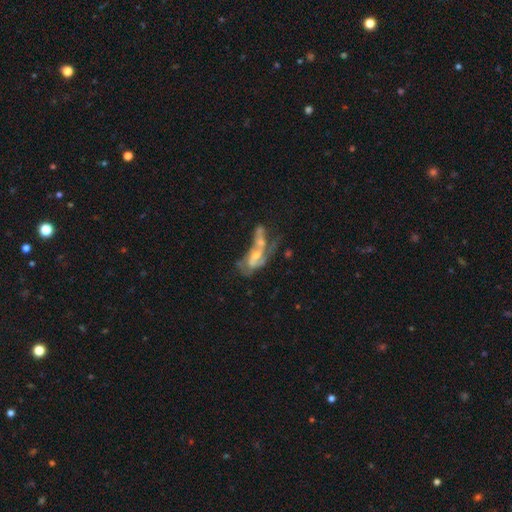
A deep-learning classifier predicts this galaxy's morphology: Smooth or featured? Predicted: featured or disk (p=0.67). Edge-on disk? Predicted: no (p=0.89). Bar? Predicted: no (p=0.63). Spiral arms? Predicted: yes (p=0.54). Bulge size? Predicted: moderate (p=0.45). Merging? Predicted: merger (p=0.46).